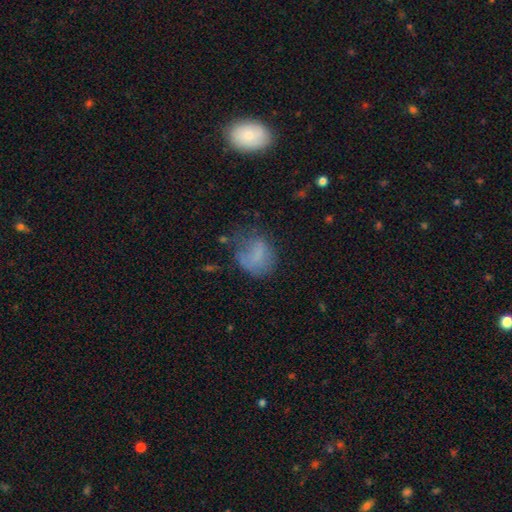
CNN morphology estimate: Overall: smooth (66%). How rounded: round (54%; in between 44%). Merging: none (37%; major disturbance 31%).